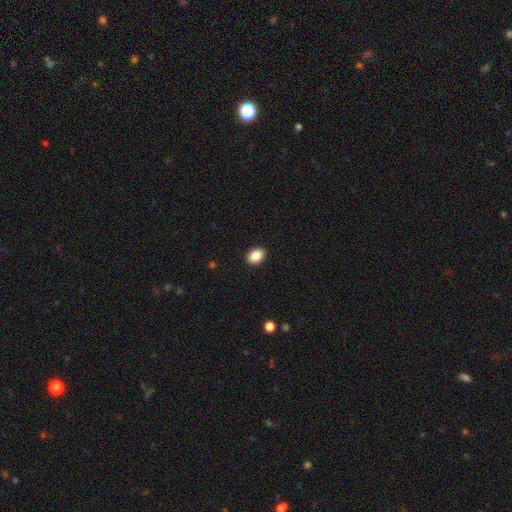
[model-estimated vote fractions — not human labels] smooth-or-featured: smooth: 88% | star or artifact: 8% | featured or disk: 4%
  how-rounded: in between: 77% | round: 22% | cigar-shaped: 1%
  merging: none: 91% | minor disturbance: 6% | major disturbance: 2% | merger: 1%